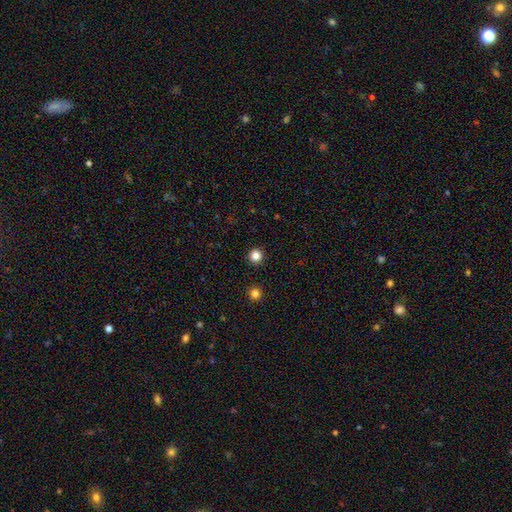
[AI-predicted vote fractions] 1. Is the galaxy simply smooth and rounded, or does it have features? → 83% smooth, 13% star or artifact, 4% featured or disk.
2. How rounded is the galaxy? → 96% round, 3% in between, 1% cigar-shaped.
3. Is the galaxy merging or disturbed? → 94% none, 4% minor disturbance, 1% major disturbance, 1% merger.